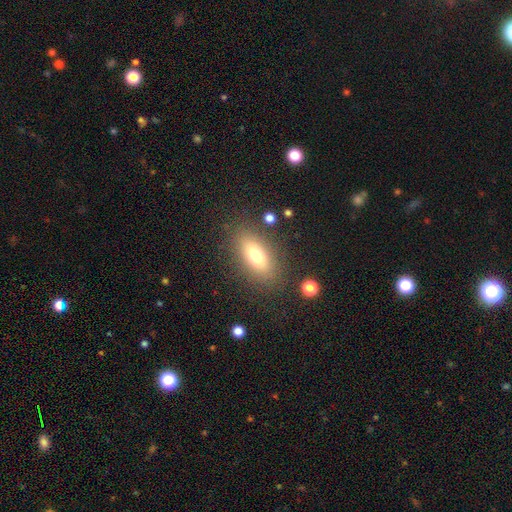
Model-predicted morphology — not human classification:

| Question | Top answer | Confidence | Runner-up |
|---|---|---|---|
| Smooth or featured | smooth | 72% | featured or disk (18%) |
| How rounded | in between | 80% | cigar-shaped (14%) |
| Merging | none | 83% | minor disturbance (10%) |